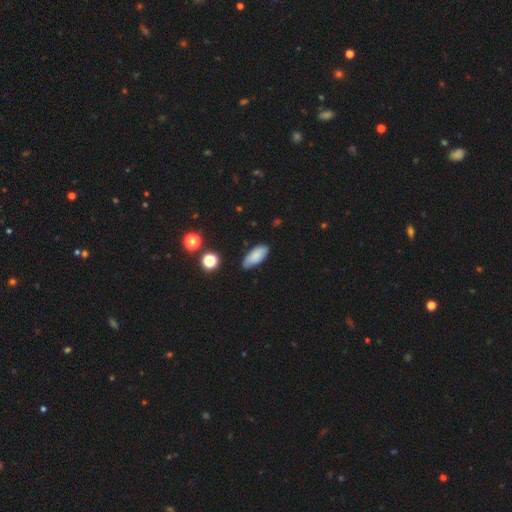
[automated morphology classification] smooth-or-featured: smooth: 83% | featured or disk: 9% | star or artifact: 8%
  how-rounded: in between: 86% | cigar-shaped: 12% | round: 2%
  merging: none: 75% | minor disturbance: 20% | major disturbance: 3% | merger: 2%